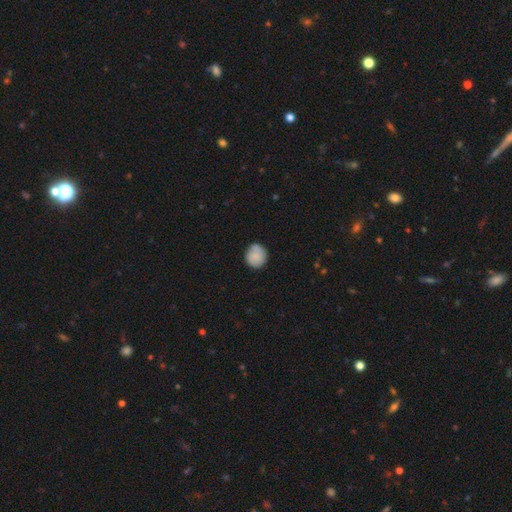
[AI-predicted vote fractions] Q: Smooth or featured?
A: smooth (81%); runner-up: featured or disk (11%)
Q: How rounded?
A: round (87%); runner-up: in between (12%)
Q: Merging?
A: none (75%); runner-up: minor disturbance (18%)